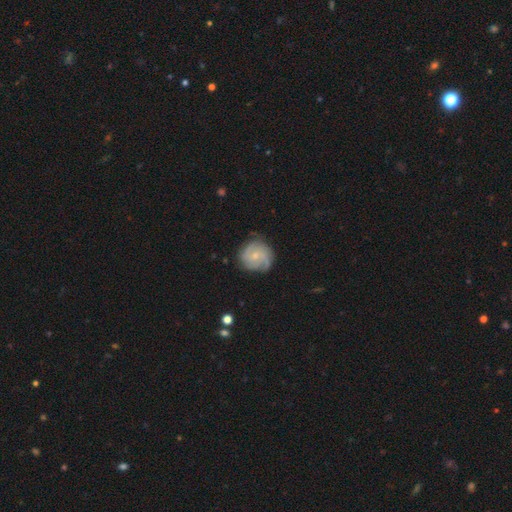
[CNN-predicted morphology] Smooth or featured? Predicted: featured or disk (p=0.74). Edge-on disk? Predicted: no (p=0.98). Bar? Predicted: no (p=0.66). Spiral arms? Predicted: yes (p=0.94). Spiral winding? Predicted: tight (p=0.47). Spiral arm count? Predicted: 3 (p=0.36). Bulge size? Predicted: small (p=0.67). Merging? Predicted: none (p=0.74).